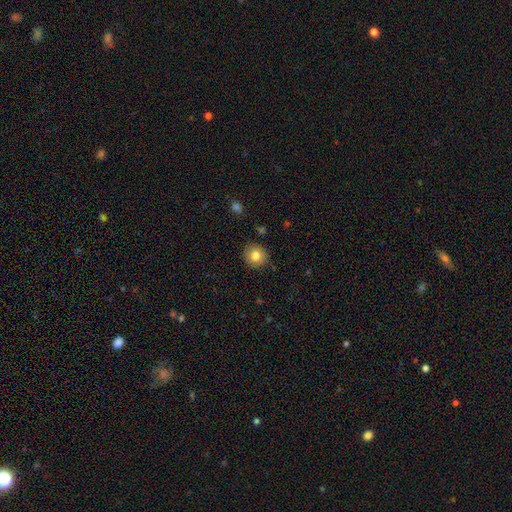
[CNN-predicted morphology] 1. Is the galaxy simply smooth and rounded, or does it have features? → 81% smooth, 10% star or artifact, 10% featured or disk.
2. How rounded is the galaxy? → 91% round, 8% in between, 1% cigar-shaped.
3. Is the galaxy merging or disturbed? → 89% none, 8% minor disturbance, 2% major disturbance, 1% merger.